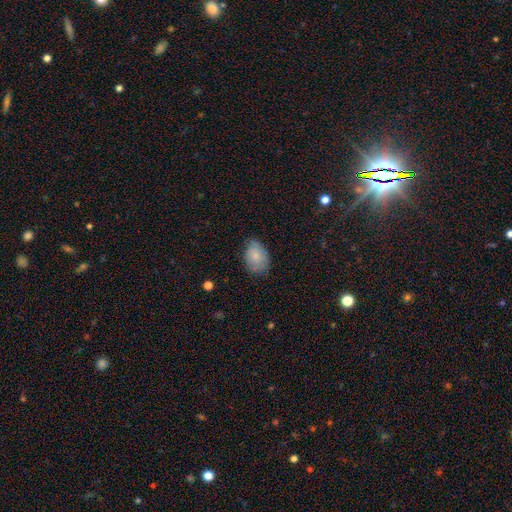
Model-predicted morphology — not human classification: Q: Smooth or featured?
A: smooth (79%); runner-up: featured or disk (14%)
Q: How rounded?
A: in between (83%); runner-up: round (16%)
Q: Merging?
A: none (68%); runner-up: minor disturbance (26%)